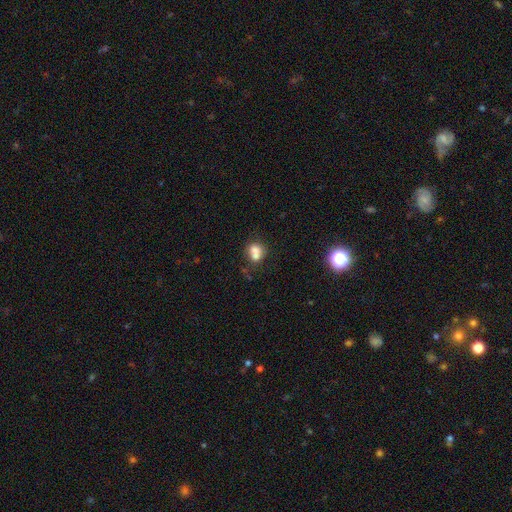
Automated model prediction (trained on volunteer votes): Smooth or featured: smooth — 70% (featured or disk — 18%)
How rounded: round — 68% (in between — 31%)
Merging: merger — 53% (none — 33%)